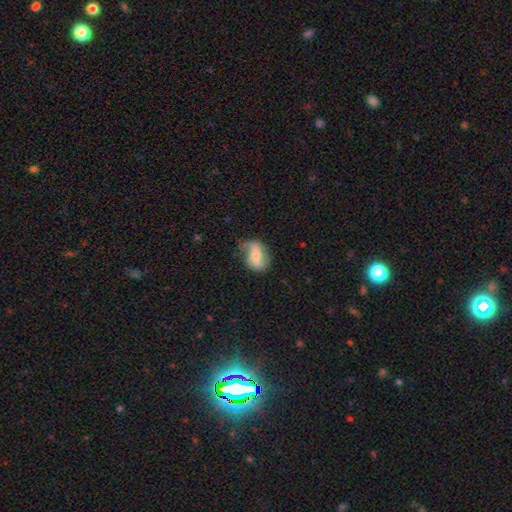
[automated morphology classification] Smooth or featured: featured or disk — 63% (smooth — 29%)
Edge-on disk: no — 96% (yes — 4%)
Bar: weak — 37% (no — 36%)
Spiral arms: yes — 88% (no — 12%)
Spiral winding: loose — 69% (medium — 23%)
Spiral arm count: 2 — 83% (1 — 9%)
Bulge size: small — 43% (moderate — 42%)
Merging: none — 61% (minor disturbance — 26%)